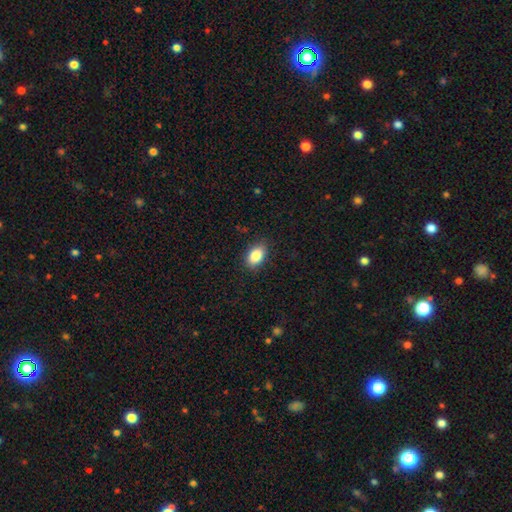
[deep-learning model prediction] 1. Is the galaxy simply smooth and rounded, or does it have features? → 87% smooth, 8% star or artifact, 6% featured or disk.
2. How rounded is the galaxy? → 89% in between, 10% round, 2% cigar-shaped.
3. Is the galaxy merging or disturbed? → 87% none, 10% minor disturbance, 2% major disturbance, 1% merger.